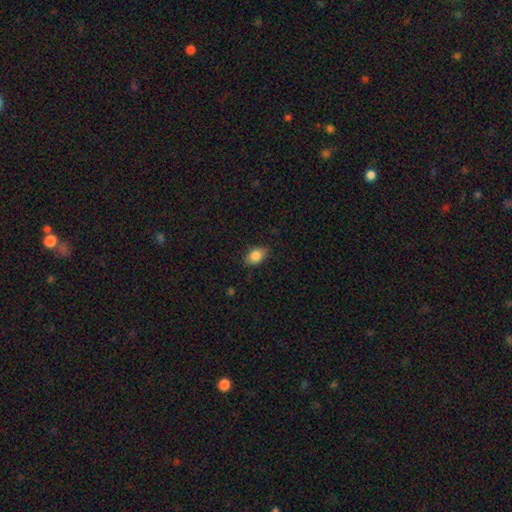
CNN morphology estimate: A smooth galaxy with no disk features (85%) that is in between round and cigar-shaped (79%).

Vote fractions:
- Smooth or featured? smooth: 85% / star or artifact: 8% / featured or disk: 7%
- How rounded? in between: 79% / round: 19% / cigar-shaped: 2%
- Merging? none: 81% / minor disturbance: 15% / major disturbance: 3% / merger: 1%